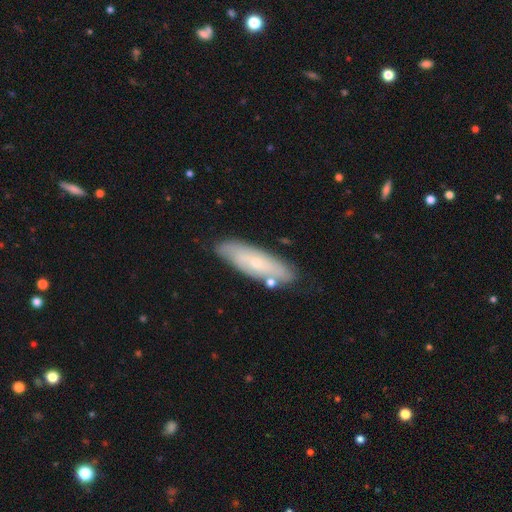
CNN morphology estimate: smooth-or-featured: featured or disk: 49% | smooth: 40% | star or artifact: 10%
  merging: none: 82% | minor disturbance: 13% | merger: 3% | major disturbance: 3%